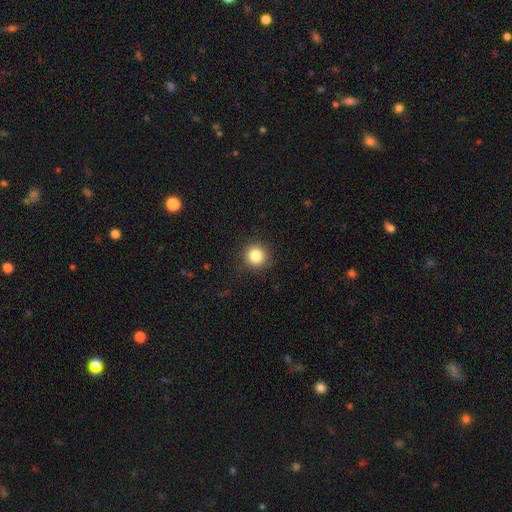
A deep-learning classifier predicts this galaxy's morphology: type=smooth (83%); roundness=round (94%); merging=none (91%).